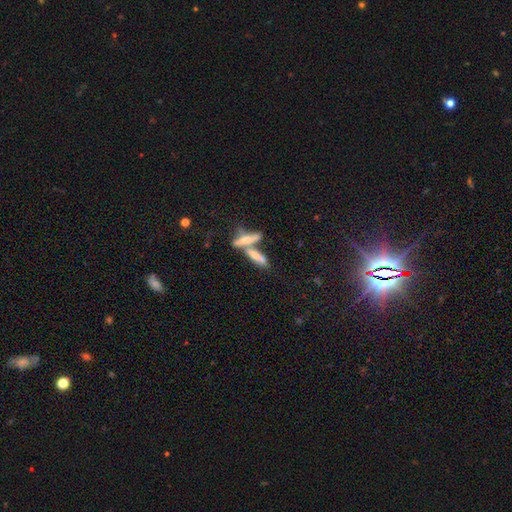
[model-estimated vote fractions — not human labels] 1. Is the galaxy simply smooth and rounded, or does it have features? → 52% smooth, 38% featured or disk, 10% star or artifact.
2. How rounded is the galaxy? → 70% cigar-shaped, 27% in between, 3% round.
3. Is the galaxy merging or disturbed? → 50% merger, 37% none, 9% minor disturbance, 5% major disturbance.